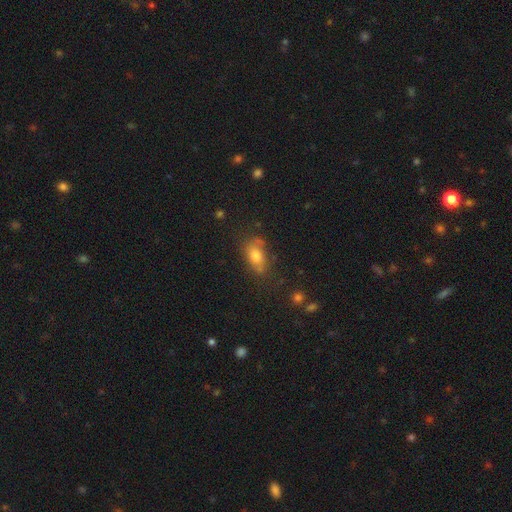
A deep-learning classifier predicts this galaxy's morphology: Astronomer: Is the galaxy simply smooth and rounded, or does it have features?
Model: smooth — 69%.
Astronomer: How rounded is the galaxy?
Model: in between — 83%.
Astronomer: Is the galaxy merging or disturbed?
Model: none — 60%.